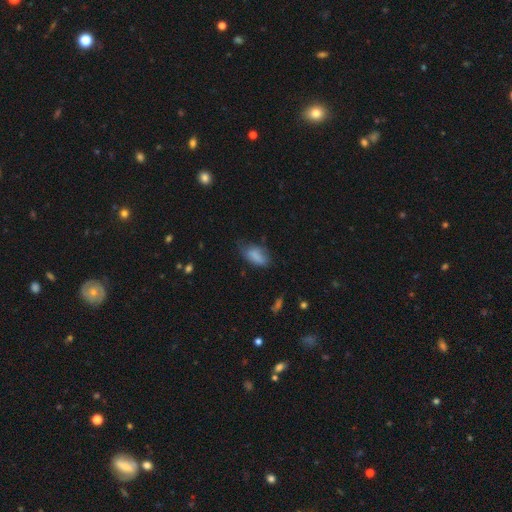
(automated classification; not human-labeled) This is clearly a smooth galaxy (80%). How rounded: clearly in between (89%). Merging: possibly none (48%).